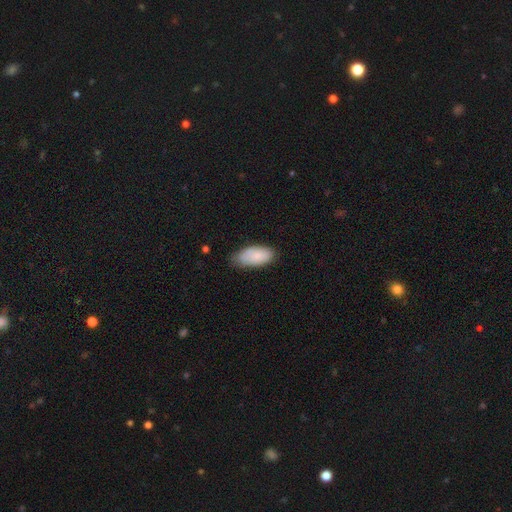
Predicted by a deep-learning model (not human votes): This appears to be a smooth galaxy with no disk features (84%) that is in between round and cigar-shaped (91%). Merging: none (65%).